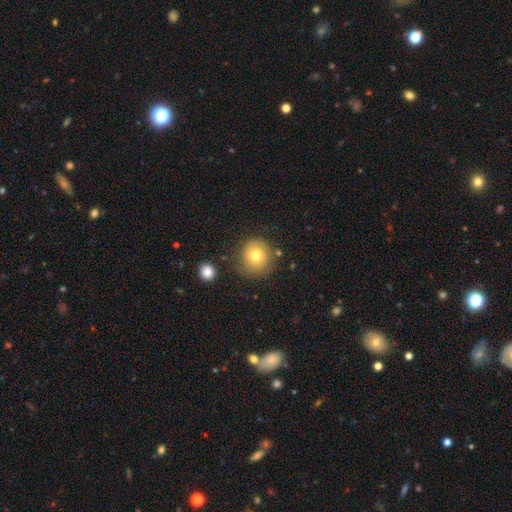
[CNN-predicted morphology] Overall: smooth (76%). How rounded: round (90%). Merging: none (77%).